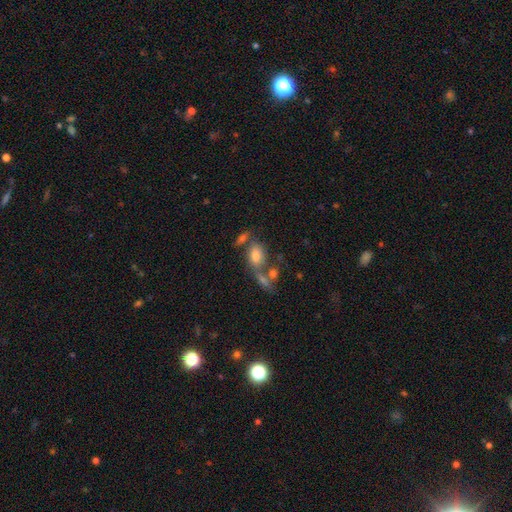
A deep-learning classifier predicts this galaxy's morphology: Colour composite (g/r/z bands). It shows a smooth galaxy with no disk features (72%) that is in between round and cigar-shaped (78%). Merging: none (45%).